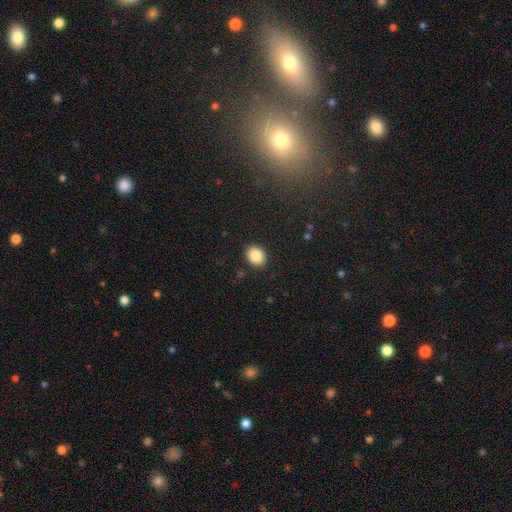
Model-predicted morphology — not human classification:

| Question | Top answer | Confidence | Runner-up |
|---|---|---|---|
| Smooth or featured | smooth | 87% | star or artifact (8%) |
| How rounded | round | 50% | in between (49%) |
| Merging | none | 90% | minor disturbance (7%) |